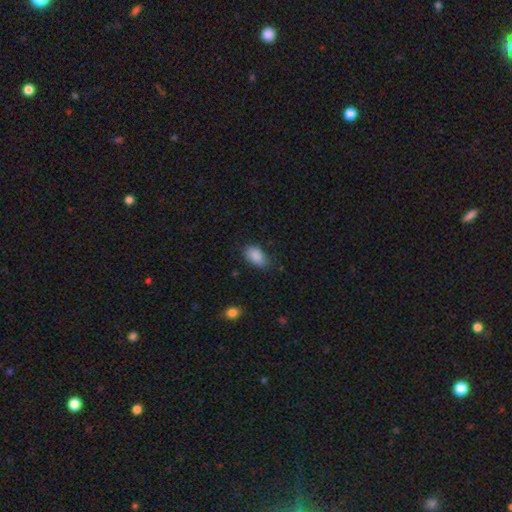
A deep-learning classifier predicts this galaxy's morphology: A smooth galaxy with no disk features (88%) that is in between round and cigar-shaped (92%). Merging: none (72%).